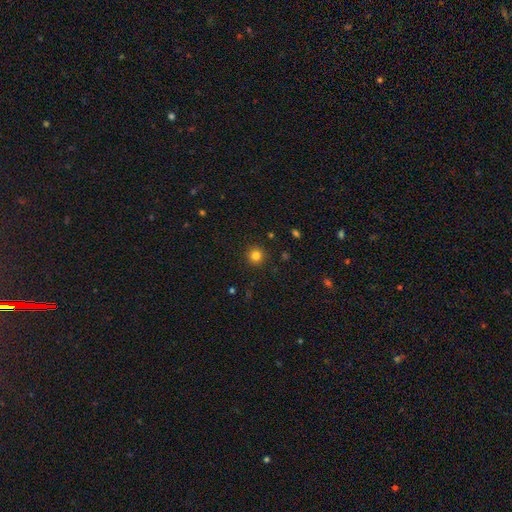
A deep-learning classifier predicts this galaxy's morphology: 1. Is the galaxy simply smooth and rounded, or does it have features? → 82% smooth, 13% star or artifact, 5% featured or disk.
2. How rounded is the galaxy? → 94% round, 5% in between, 1% cigar-shaped.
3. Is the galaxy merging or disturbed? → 92% none, 5% minor disturbance, 2% major disturbance, 1% merger.